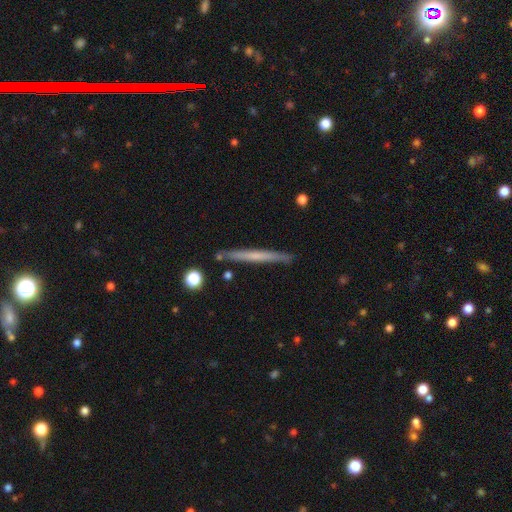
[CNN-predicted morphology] Overall: smooth (49%; featured or disk 45%). Merging: none (88%).